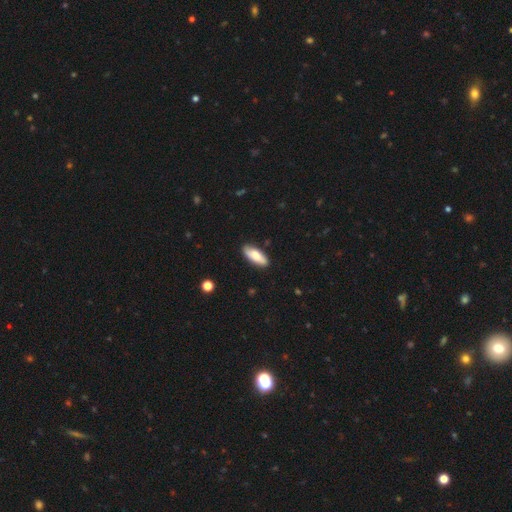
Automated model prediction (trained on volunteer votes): smooth-or-featured: smooth: 74% | featured or disk: 21% | star or artifact: 6%
  how-rounded: in between: 73% | cigar-shaped: 25% | round: 2%
  merging: none: 86% | minor disturbance: 11% | major disturbance: 2% | merger: 1%